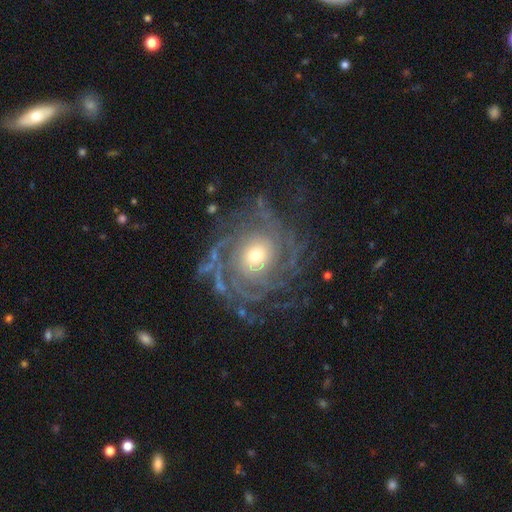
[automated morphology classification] Smooth or featured? featured or disk (89%)
Edge-on disk? no (97%)
Bar? no (77%)
Spiral arms? yes (97%)
Spiral winding? tight (71%)
Spiral arm count? can't tell (26%)
Bulge size? moderate (54%)
Merging? none (72%)